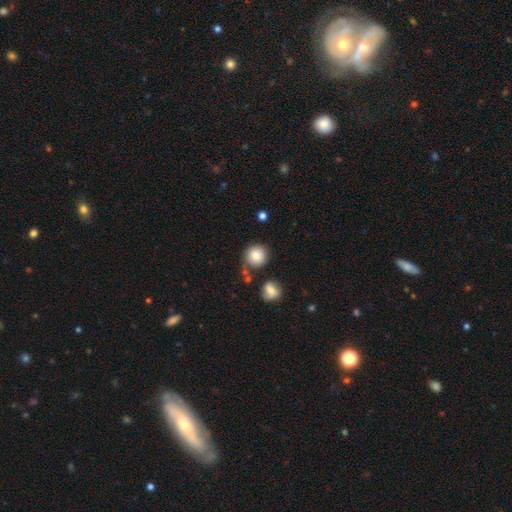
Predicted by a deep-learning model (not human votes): Smooth or featured: smooth — 83% (featured or disk — 9%)
How rounded: round — 91% (in between — 8%)
Merging: none — 71% (minor disturbance — 16%)